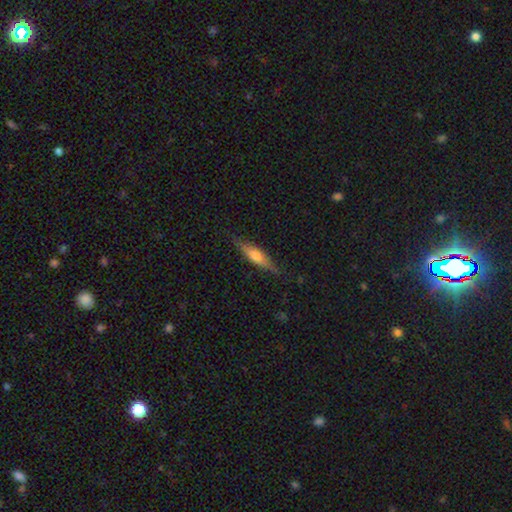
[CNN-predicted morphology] This is possibly a featured or disk galaxy (47%). Merging: clearly none (82%).